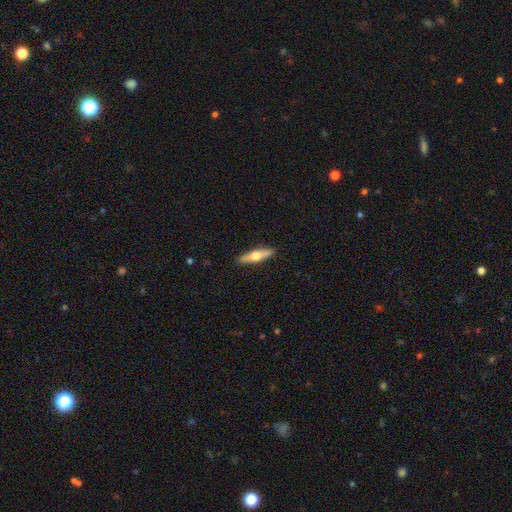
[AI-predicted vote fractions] Overall: featured or disk (51%; smooth 44%). Edge-on disk: yes (92%). Merging: none (90%).